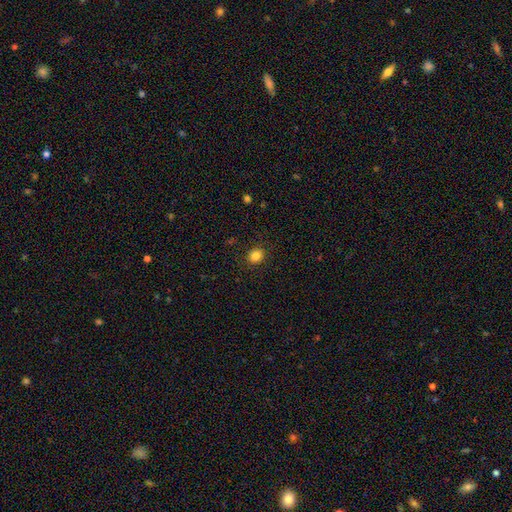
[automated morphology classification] Smooth or featured? Predicted: smooth (p=0.84). How rounded? Predicted: round (p=0.78). Merging? Predicted: none (p=0.89).